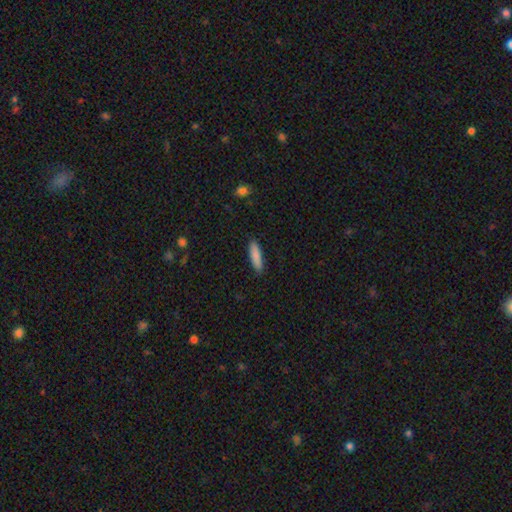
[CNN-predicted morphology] Smooth or featured? Predicted: smooth (p=0.87). How rounded? Predicted: cigar-shaped (p=0.69). Merging? Predicted: none (p=0.89).